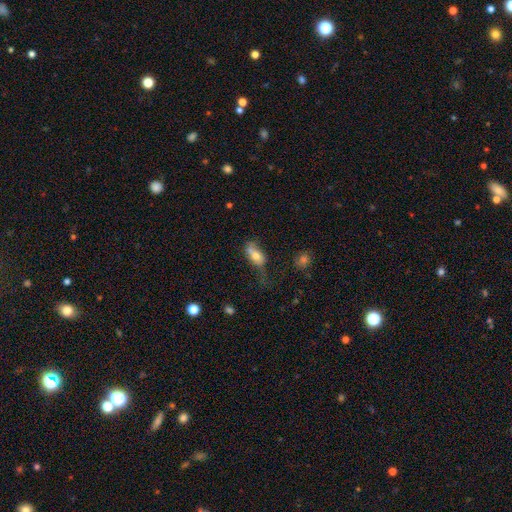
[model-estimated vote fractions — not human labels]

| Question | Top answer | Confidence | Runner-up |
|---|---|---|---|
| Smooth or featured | smooth | 62% | featured or disk (29%) |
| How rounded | in between | 81% | cigar-shaped (12%) |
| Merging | none | 35% | minor disturbance (29%) |